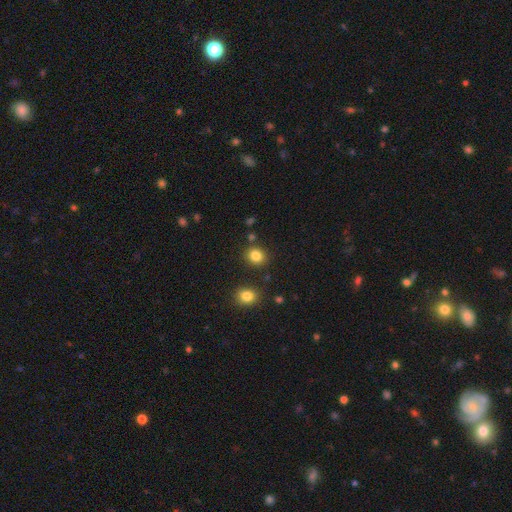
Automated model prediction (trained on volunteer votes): The model was most divided on "how rounded": round: 70%, in between: 29%, cigar-shaped: 1%. More confident: smooth or featured — smooth (84%); merging — none (84%).